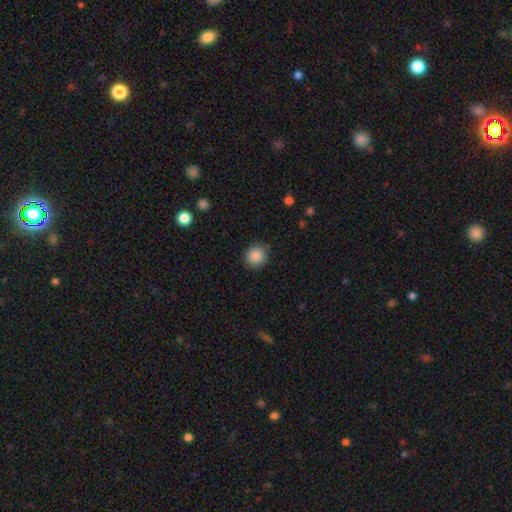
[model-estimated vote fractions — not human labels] smooth-or-featured: smooth: 88% | star or artifact: 9% | featured or disk: 3%
  how-rounded: round: 89% | in between: 10% | cigar-shaped: 1%
  merging: none: 85% | minor disturbance: 11% | major disturbance: 3% | merger: 1%